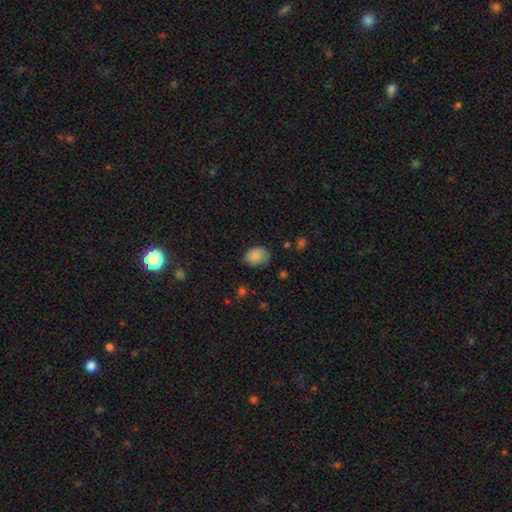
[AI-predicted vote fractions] Morphology: type=smooth (86%); roundness=in between (62%); merging=none (69%).